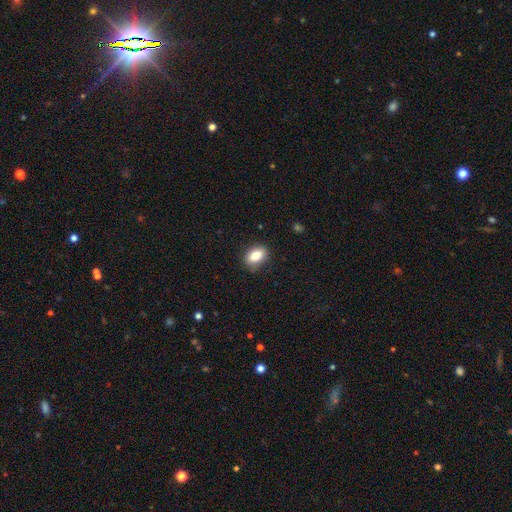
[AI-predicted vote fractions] This appears to be a smooth galaxy with no disk features (81%) that is in between round and cigar-shaped (78%). Merging: none (87%).